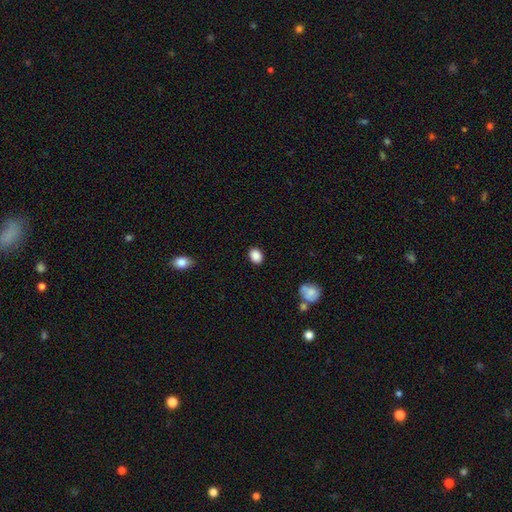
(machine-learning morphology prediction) type=smooth (88%); roundness=in between (61%); merging=none (88%).